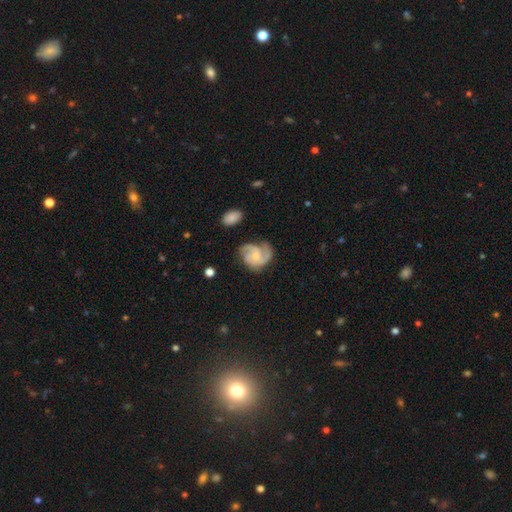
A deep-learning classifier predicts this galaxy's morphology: Smooth or featured? Predicted: featured or disk (p=0.86). Edge-on disk? Predicted: no (p=0.98). Bar? Predicted: no (p=0.62). Spiral arms? Predicted: yes (p=0.97). Spiral winding? Predicted: medium (p=0.50). Spiral arm count? Predicted: 2 (p=0.50). Bulge size? Predicted: small (p=0.58). Merging? Predicted: none (p=0.64).